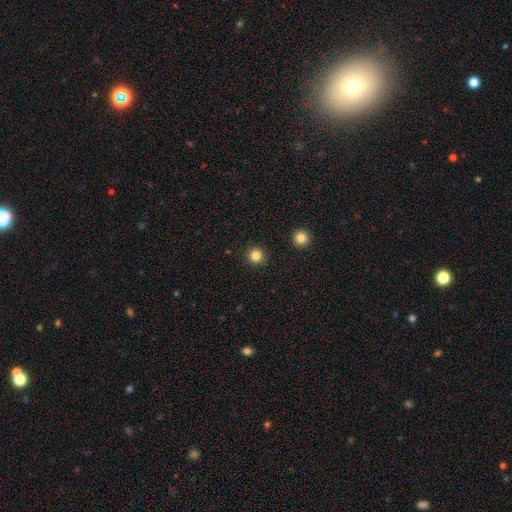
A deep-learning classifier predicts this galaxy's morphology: Q: Smooth or featured?
A: smooth (83%); runner-up: star or artifact (13%)
Q: How rounded?
A: round (96%); runner-up: in between (4%)
Q: Merging?
A: none (92%); runner-up: minor disturbance (4%)